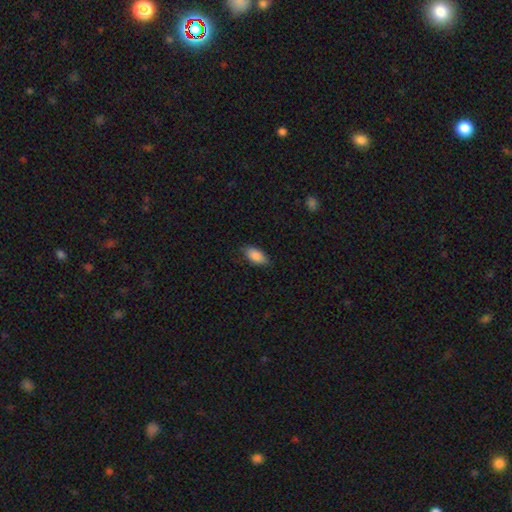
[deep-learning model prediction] Overall: smooth (87%). How rounded: in between (92%). Merging: none (83%).